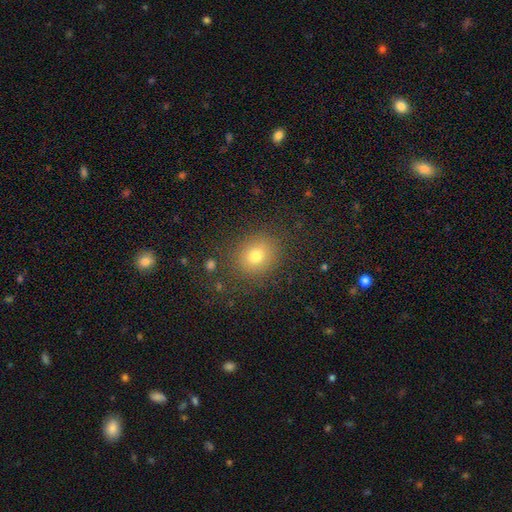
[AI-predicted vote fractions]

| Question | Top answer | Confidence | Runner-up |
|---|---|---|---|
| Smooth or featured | smooth | 74% | star or artifact (15%) |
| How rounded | round | 69% | in between (30%) |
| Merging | none | 84% | minor disturbance (10%) |